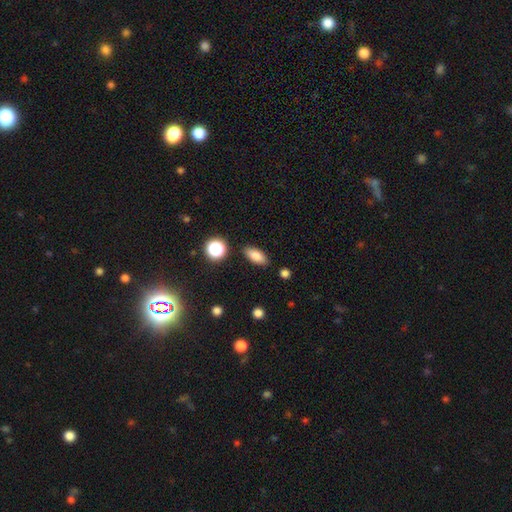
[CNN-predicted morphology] The model was most divided on "how rounded": in between: 81%, cigar-shaped: 13%, round: 6%. More confident: merging — none (87%); smooth or featured — smooth (82%).